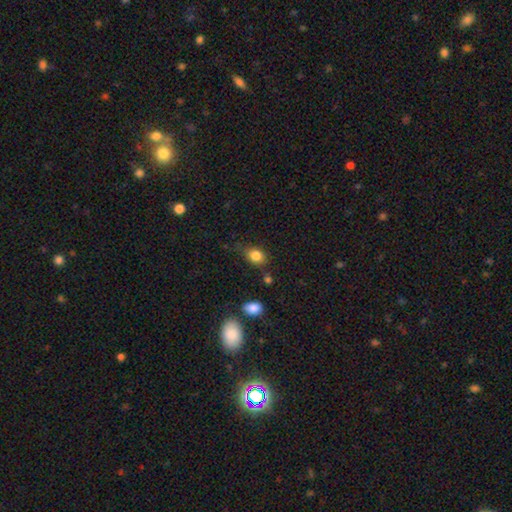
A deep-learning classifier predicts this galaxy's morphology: This is clearly a smooth galaxy (84%). How rounded: possibly in between (53%). Merging: likely none (67%).